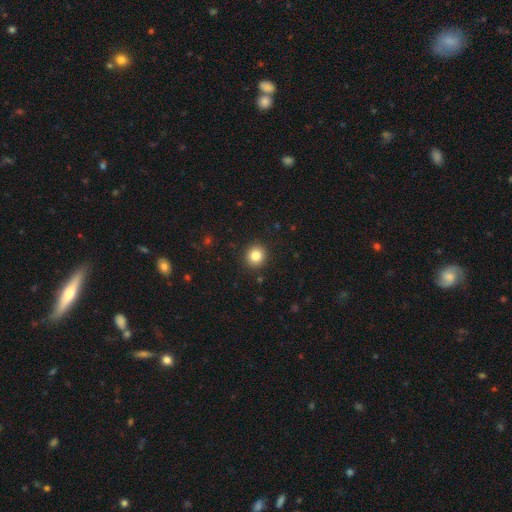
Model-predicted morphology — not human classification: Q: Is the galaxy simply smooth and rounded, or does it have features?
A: smooth — 83%.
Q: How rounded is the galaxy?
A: round — 91%.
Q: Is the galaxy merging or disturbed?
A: none — 92%.